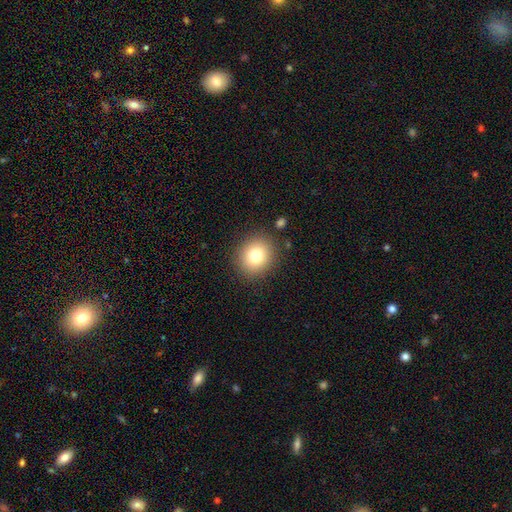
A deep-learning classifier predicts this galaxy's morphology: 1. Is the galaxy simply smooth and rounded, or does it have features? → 80% smooth, 11% star or artifact, 9% featured or disk.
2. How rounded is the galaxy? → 75% round, 24% in between, 1% cigar-shaped.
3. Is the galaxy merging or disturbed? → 87% none, 8% minor disturbance, 3% major disturbance, 2% merger.